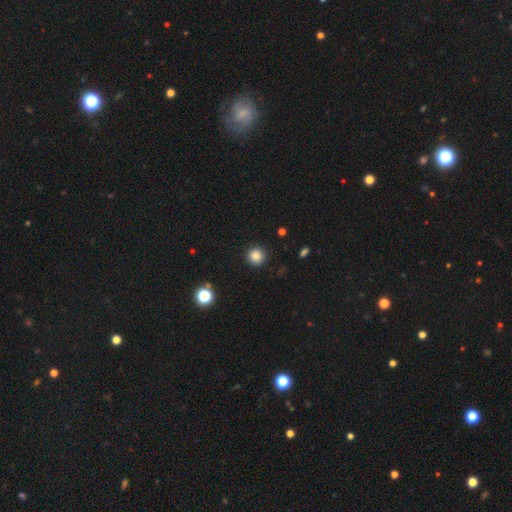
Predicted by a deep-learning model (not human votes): smooth_or_featured: smooth (p=0.83) [alt: star or artifact p=0.12]
how_rounded: round (p=0.95) [alt: in between p=0.04]
merging: none (p=0.92) [alt: minor disturbance p=0.05]